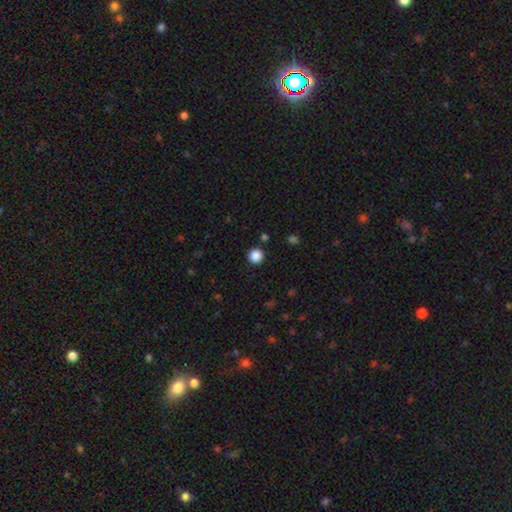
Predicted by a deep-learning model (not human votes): A smooth galaxy with no disk features (87%) that is round (96%). Merging: none (92%).